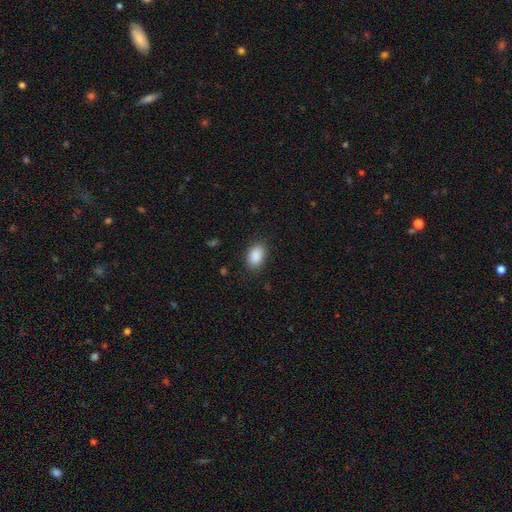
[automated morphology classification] Smooth or featured? smooth (90%)
How rounded? in between (89%)
Merging? none (86%)